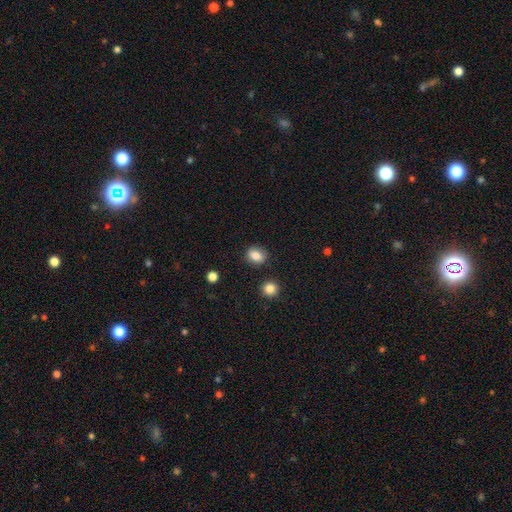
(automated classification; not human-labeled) smooth_or_featured: smooth (p=0.83) [alt: star or artifact p=0.09]
how_rounded: in between (p=0.54) [alt: round p=0.44]
merging: none (p=0.84) [alt: minor disturbance p=0.10]